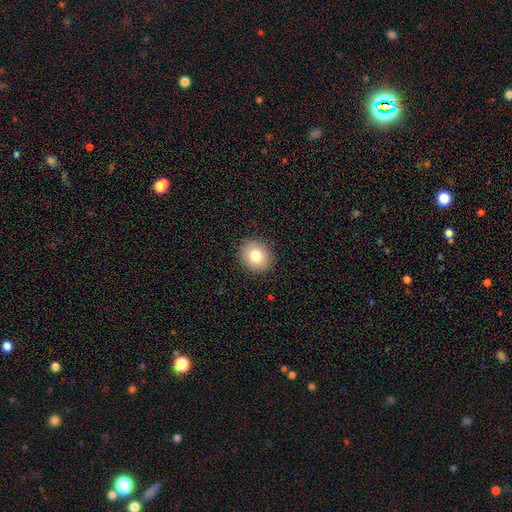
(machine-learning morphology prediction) This appears to be a smooth galaxy with no disk features (80%) that is round (73%). Merging: none (91%).